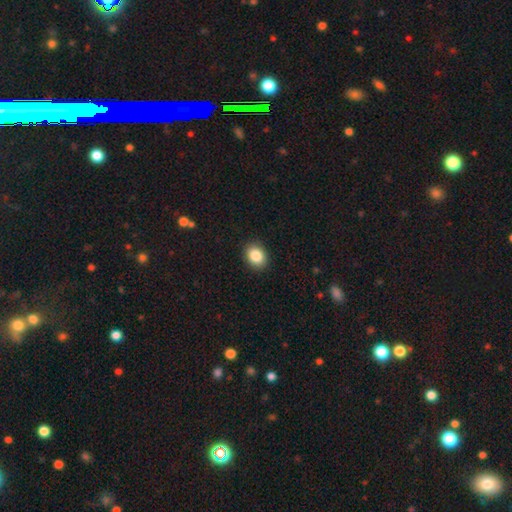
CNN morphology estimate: A smooth galaxy with no disk features (86%) that is in between round and cigar-shaped (53%). Merging: none (90%).